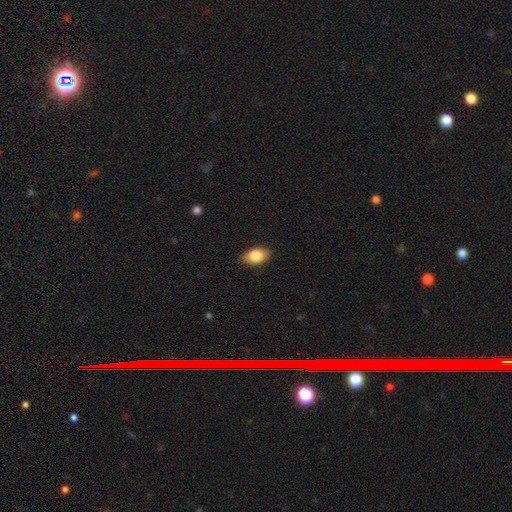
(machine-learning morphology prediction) A smooth galaxy with no disk features (82%) that is in between round and cigar-shaped (90%). Merging: none (86%).